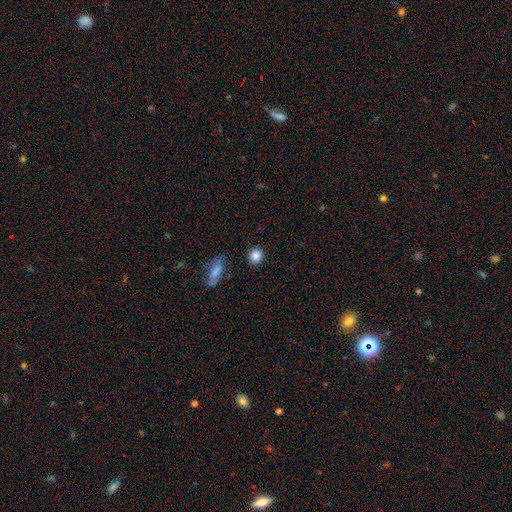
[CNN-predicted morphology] Overall: smooth (85%). How rounded: round (86%). Merging: none (89%).